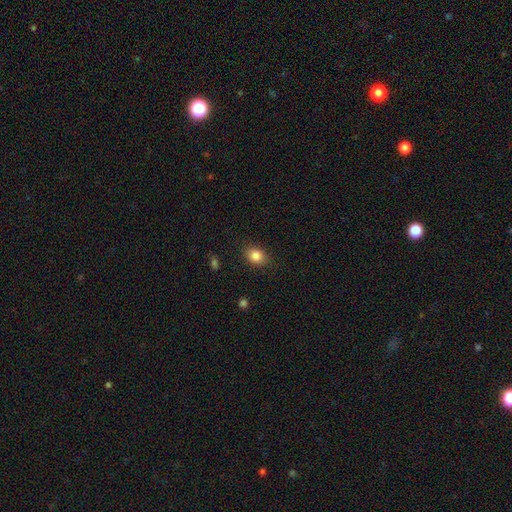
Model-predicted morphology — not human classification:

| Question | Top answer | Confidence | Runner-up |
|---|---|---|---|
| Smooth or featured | smooth | 85% | star or artifact (9%) |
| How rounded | in between | 65% | round (34%) |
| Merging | none | 85% | minor disturbance (11%) |